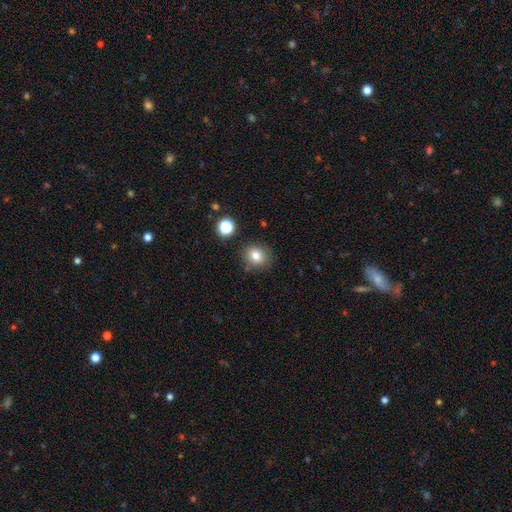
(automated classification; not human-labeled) A smooth galaxy with no disk features (80%) that is round (76%). Merging: none (82%).